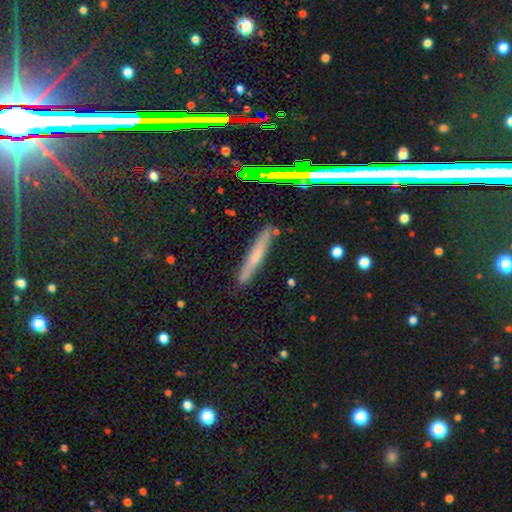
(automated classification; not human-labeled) Q: Smooth or featured?
A: smooth (53%); runner-up: featured or disk (30%)
Q: How rounded?
A: cigar-shaped (92%); runner-up: in between (5%)
Q: Merging?
A: none (85%); runner-up: minor disturbance (11%)